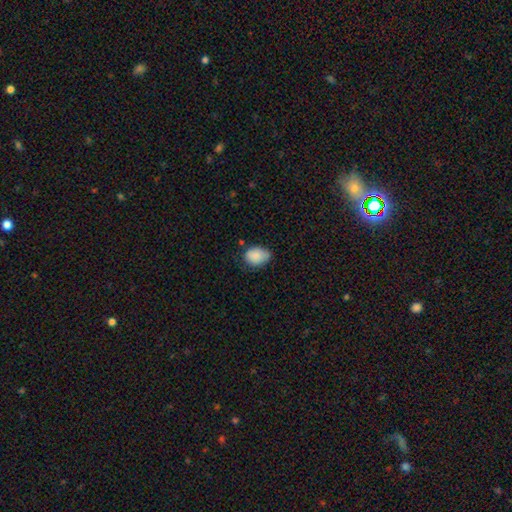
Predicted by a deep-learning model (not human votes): smooth-or-featured: smooth: 87% | star or artifact: 7% | featured or disk: 6%
  how-rounded: in between: 72% | round: 27% | cigar-shaped: 1%
  merging: none: 63% | minor disturbance: 30% | major disturbance: 5% | merger: 2%